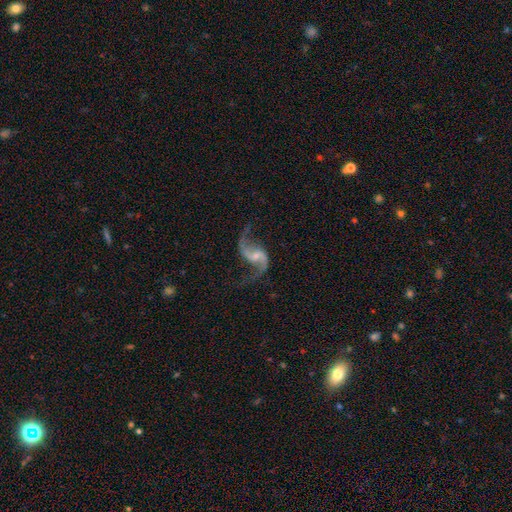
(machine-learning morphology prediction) Q: Smooth or featured?
A: featured or disk (91%); runner-up: star or artifact (5%)
Q: Edge-on disk?
A: no (98%); runner-up: yes (2%)
Q: Bar?
A: weak (49%); runner-up: no (32%)
Q: Spiral arms?
A: yes (97%); runner-up: no (3%)
Q: Spiral winding?
A: loose (82%); runner-up: medium (15%)
Q: Spiral arm count?
A: 2 (94%); runner-up: 1 (2%)
Q: Bulge size?
A: small (51%); runner-up: moderate (27%)
Q: Merging?
A: none (73%); runner-up: minor disturbance (14%)